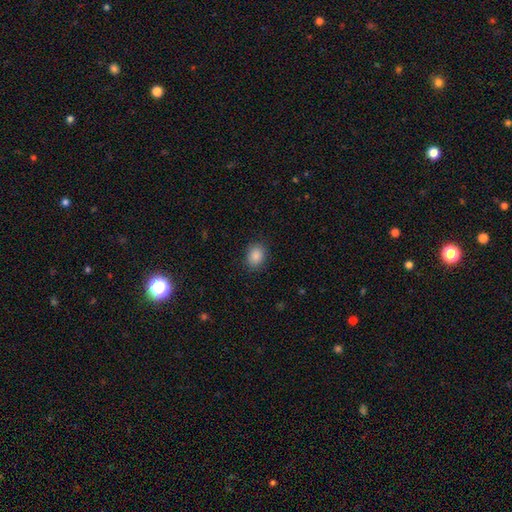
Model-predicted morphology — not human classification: This appears to be a smooth galaxy with no disk features (88%) that is in between round and cigar-shaped (58%). Merging: none (87%).